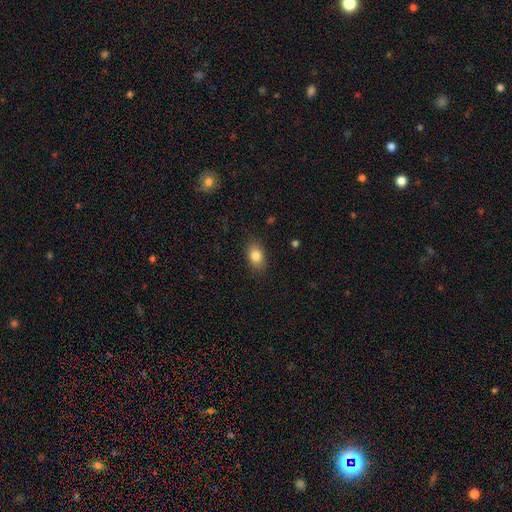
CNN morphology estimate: smooth_or_featured: smooth (p=0.83) [alt: star or artifact p=0.09]
how_rounded: in between (p=0.81) [alt: round p=0.17]
merging: none (p=0.86) [alt: minor disturbance p=0.10]